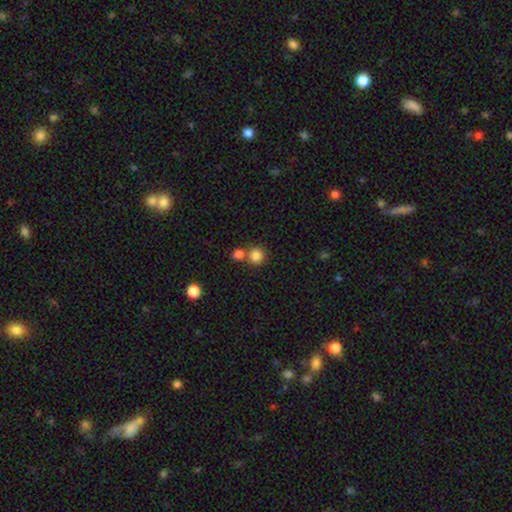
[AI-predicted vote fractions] smooth-or-featured: smooth: 83% | star or artifact: 12% | featured or disk: 5%
  how-rounded: round: 92% | in between: 7% | cigar-shaped: 1%
  merging: none: 63% | merger: 27% | minor disturbance: 7% | major disturbance: 3%